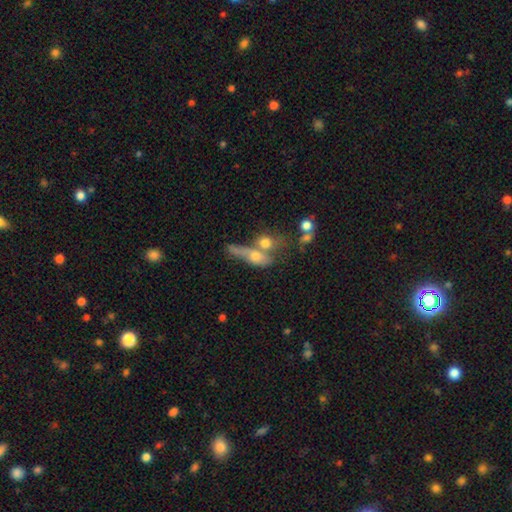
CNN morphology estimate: smooth-or-featured: smooth: 51% | featured or disk: 38% | star or artifact: 12%
  how-rounded: in between: 45% | cigar-shaped: 38% | round: 18%
  merging: merger: 50% | none: 24% | major disturbance: 14% | minor disturbance: 12%